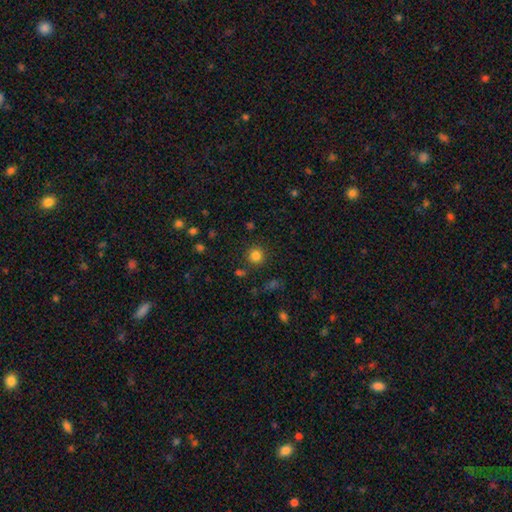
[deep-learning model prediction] smooth-or-featured: smooth: 82% | star or artifact: 13% | featured or disk: 5%
  how-rounded: round: 93% | in between: 6% | cigar-shaped: 1%
  merging: none: 87% | minor disturbance: 7% | merger: 3% | major disturbance: 3%